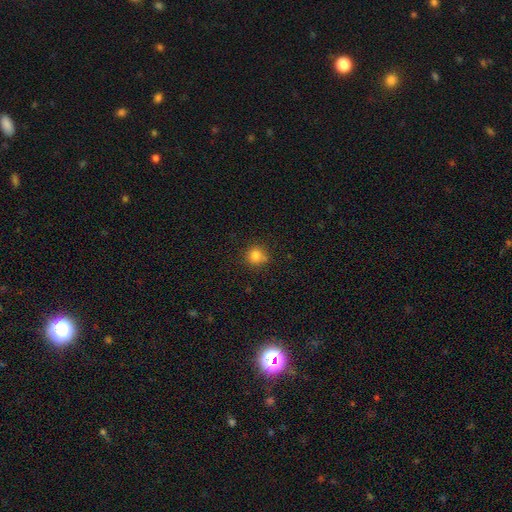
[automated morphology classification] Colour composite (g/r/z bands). It shows a smooth galaxy with no disk features (81%) that is round (90%). Merging: none (75%).